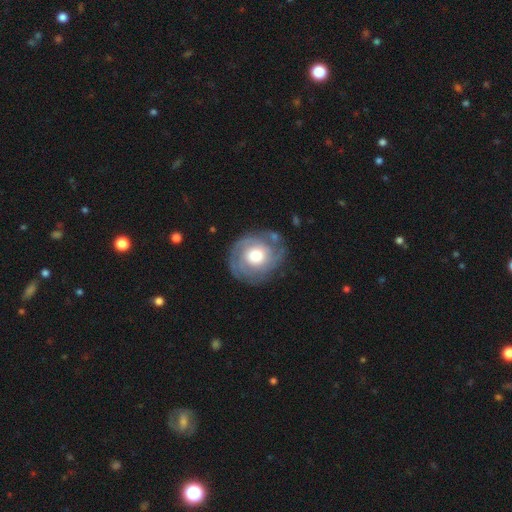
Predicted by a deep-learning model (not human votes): Smooth or featured?
  - featured or disk: 75% *
  - smooth: 19%
  - star or artifact: 6%
Edge-on disk?
  - no: 97% *
  - yes: 3%
Bar?
  - no: 79% *
  - weak: 18%
  - strong: 4%
Spiral arms?
  - yes: 89% *
  - no: 11%
Spiral winding?
  - tight: 67% *
  - medium: 25%
  - loose: 8%
Spiral arm count?
  - can't tell: 31% *
  - 2: 27%
  - 3: 22%
  - 4: 8%
  - 1: 6%
  - more than 4: 6%
Bulge size?
  - moderate: 51% *
  - large: 39%
  - small: 6%
  - dominant: 3%
  - none: 1%
Merging?
  - none: 76% *
  - minor disturbance: 16%
  - major disturbance: 7%
  - merger: 2%